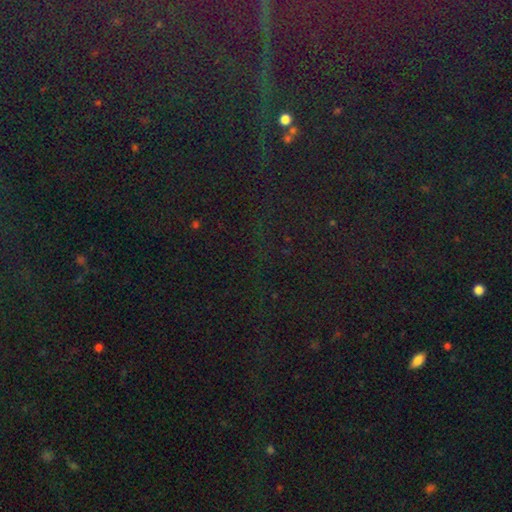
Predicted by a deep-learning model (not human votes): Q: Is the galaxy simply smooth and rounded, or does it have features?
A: star or artifact — 84%.